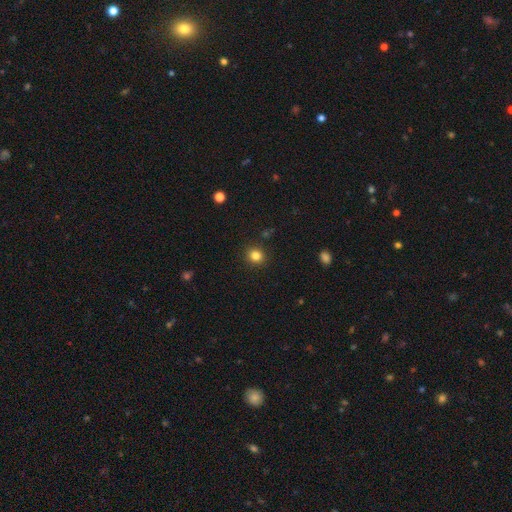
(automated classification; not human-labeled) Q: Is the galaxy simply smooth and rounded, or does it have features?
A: smooth — 83%.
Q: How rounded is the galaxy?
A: round — 86%.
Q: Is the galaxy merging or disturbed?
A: none — 91%.